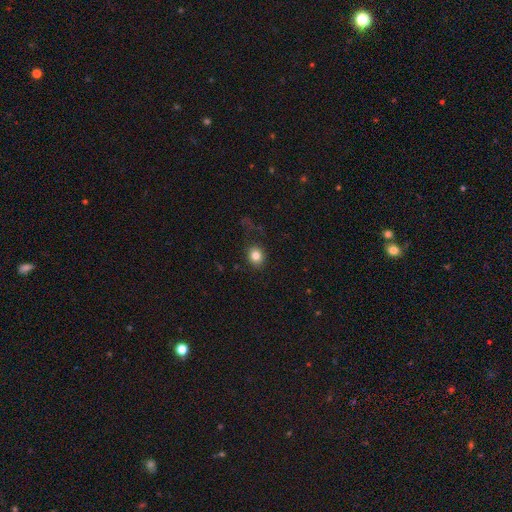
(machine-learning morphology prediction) smooth_or_featured: smooth (p=0.82) [alt: star or artifact p=0.11]
how_rounded: round (p=0.70) [alt: in between p=0.29]
merging: none (p=0.84) [alt: minor disturbance p=0.11]